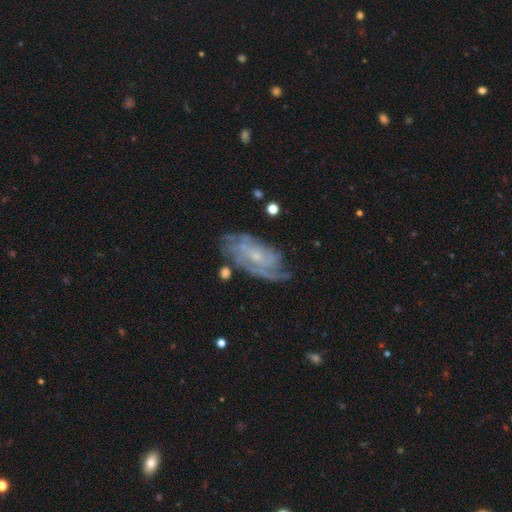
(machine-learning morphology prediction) Smooth or featured: featured or disk — 81% (smooth — 11%)
Edge-on disk: no — 94% (yes — 6%)
Bar: no — 62% (weak — 31%)
Spiral arms: yes — 93% (no — 7%)
Spiral winding: tight — 61% (medium — 30%)
Spiral arm count: can't tell — 39% (2 — 23%)
Bulge size: small — 74% (moderate — 19%)
Merging: none — 68% (minor disturbance — 20%)